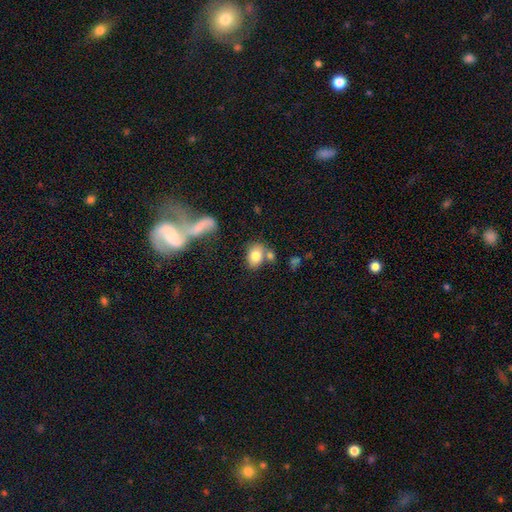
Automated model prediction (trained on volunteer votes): smooth_or_featured: smooth (p=0.80) [alt: featured or disk p=0.11]
how_rounded: in between (p=0.72) [alt: round p=0.27]
merging: none (p=0.55) [alt: merger p=0.25]